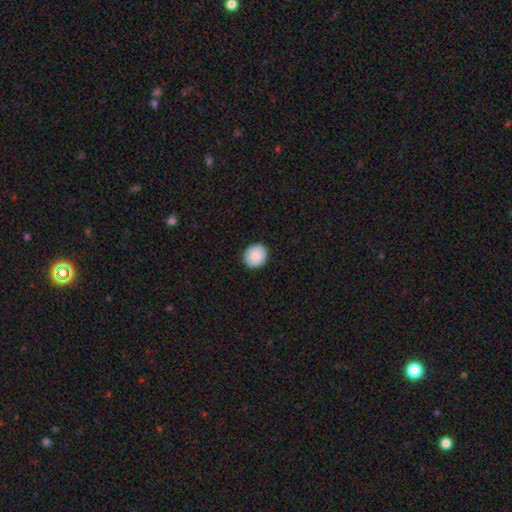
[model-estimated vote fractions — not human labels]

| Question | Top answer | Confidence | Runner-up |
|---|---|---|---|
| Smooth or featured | smooth | 88% | star or artifact (7%) |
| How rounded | round | 77% | in between (22%) |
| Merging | none | 90% | minor disturbance (8%) |